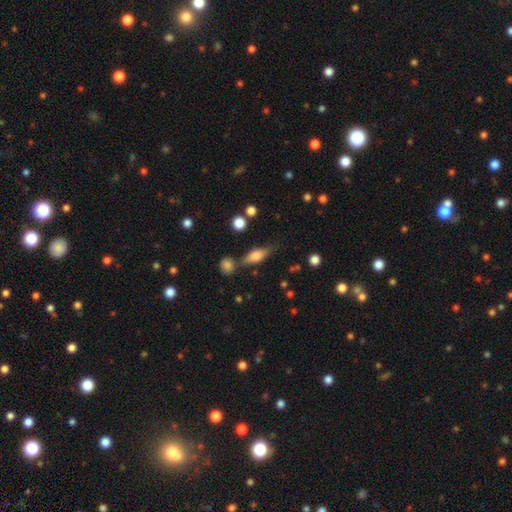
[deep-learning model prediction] smooth_or_featured: smooth (p=0.68) [alt: featured or disk p=0.24]
how_rounded: in between (p=0.66) [alt: cigar-shaped p=0.29]
merging: none (p=0.64) [alt: minor disturbance p=0.21]